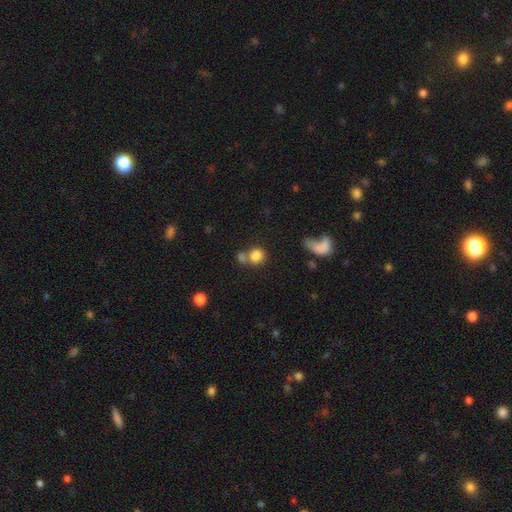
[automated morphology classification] Smooth or featured? smooth (82%)
How rounded? round (76%)
Merging? none (44%)